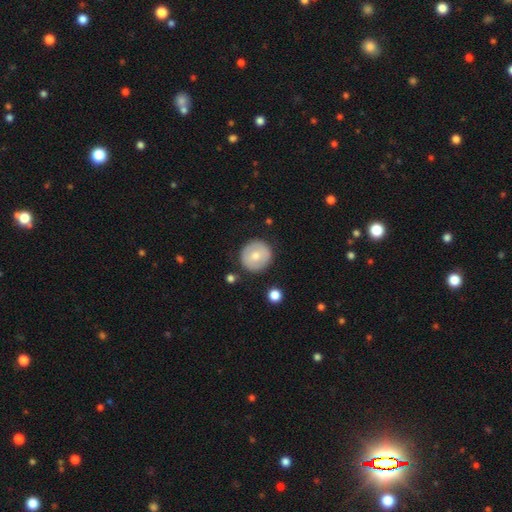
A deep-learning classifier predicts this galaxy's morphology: Smooth or featured?
  - smooth: 66% *
  - featured or disk: 27%
  - star or artifact: 6%
How rounded?
  - round: 94% *
  - in between: 5%
  - cigar-shaped: 1%
Merging?
  - none: 87% *
  - minor disturbance: 8%
  - major disturbance: 2%
  - merger: 2%